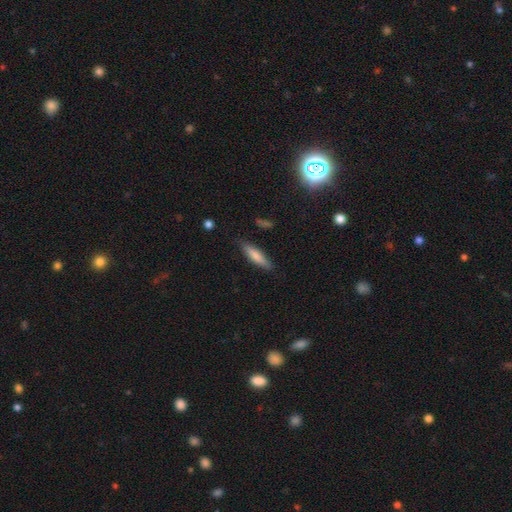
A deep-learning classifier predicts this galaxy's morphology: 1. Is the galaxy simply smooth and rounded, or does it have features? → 73% smooth, 21% featured or disk, 6% star or artifact.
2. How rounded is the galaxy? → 77% cigar-shaped, 22% in between, 2% round.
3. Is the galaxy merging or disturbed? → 82% none, 14% minor disturbance, 2% major disturbance, 2% merger.